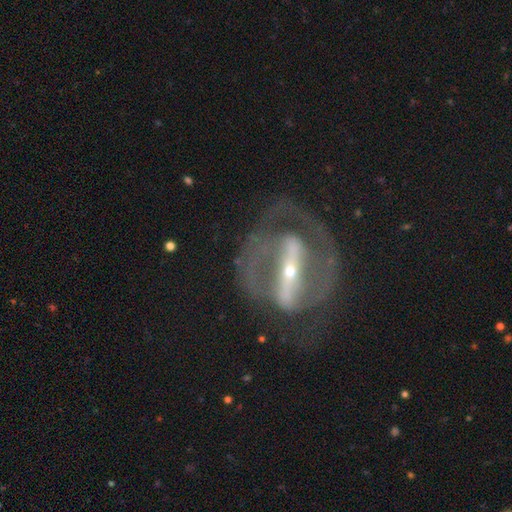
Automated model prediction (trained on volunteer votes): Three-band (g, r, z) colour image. It shows a featured or disk galaxy (87%) with a strong bar (79%), 2 (75%) medium (43%) spiral arms (76%) and a small central bulge (74%). Merging: none (61%).